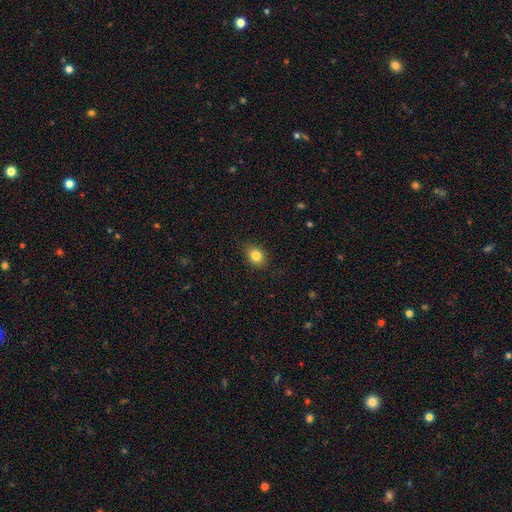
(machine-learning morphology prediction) smooth_or_featured: smooth (p=0.83) [alt: star or artifact p=0.10]
how_rounded: in between (p=0.53) [alt: round p=0.46]
merging: none (p=0.87) [alt: minor disturbance p=0.10]